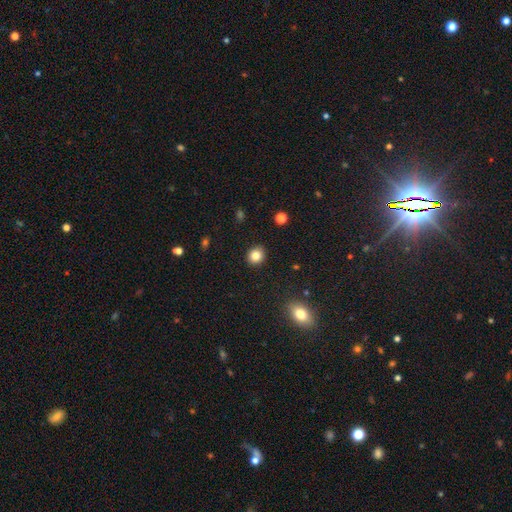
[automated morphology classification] Smooth or featured?
  - smooth: 84% *
  - star or artifact: 10%
  - featured or disk: 6%
How rounded?
  - round: 79% *
  - in between: 20%
  - cigar-shaped: 1%
Merging?
  - none: 91% *
  - minor disturbance: 6%
  - major disturbance: 2%
  - merger: 1%